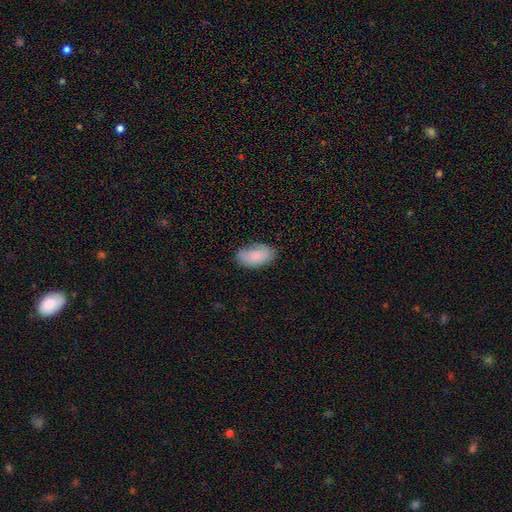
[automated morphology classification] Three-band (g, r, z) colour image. It shows a smooth galaxy with no disk features (84%) that is in between round and cigar-shaped (95%). Merging: none (76%).